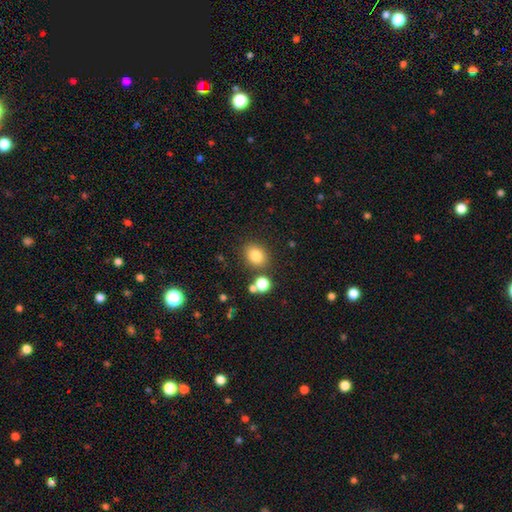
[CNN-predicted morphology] A smooth galaxy with no disk features (82%) that is round (55%).

Vote fractions:
- Smooth or featured? smooth: 82% / star or artifact: 12% / featured or disk: 6%
- How rounded? round: 55% / in between: 44% / cigar-shaped: 1%
- Merging? none: 79% / minor disturbance: 10% / merger: 7% / major disturbance: 3%